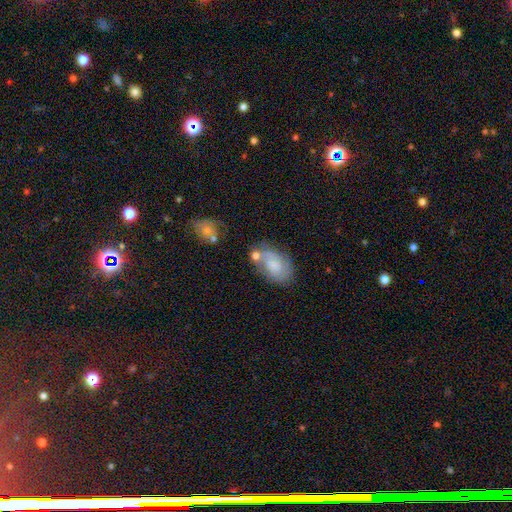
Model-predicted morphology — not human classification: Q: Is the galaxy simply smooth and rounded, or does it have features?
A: smooth — 58%.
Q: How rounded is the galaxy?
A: in between — 85%.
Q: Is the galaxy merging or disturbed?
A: none — 47%.